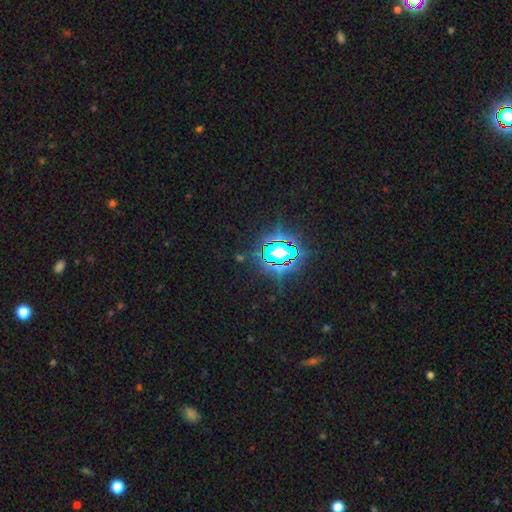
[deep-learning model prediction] Overall: star or artifact (80%).